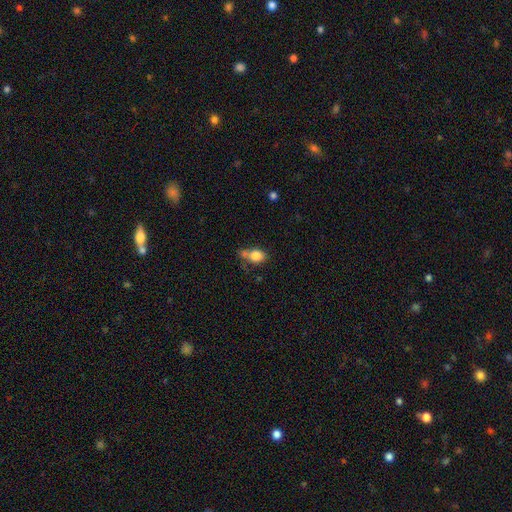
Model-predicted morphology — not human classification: Smooth or featured: smooth — 82% (star or artifact — 9%)
How rounded: in between — 55% (round — 43%)
Merging: none — 42% (merger — 28%)